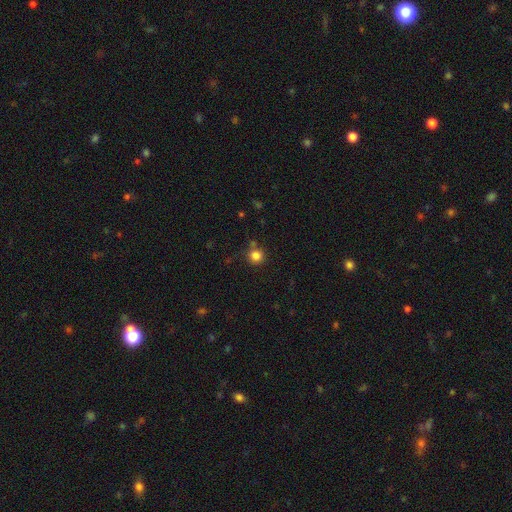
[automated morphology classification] smooth_or_featured: smooth (p=0.82) [alt: star or artifact p=0.13]
how_rounded: round (p=0.94) [alt: in between p=0.05]
merging: none (p=0.79) [alt: minor disturbance p=0.10]